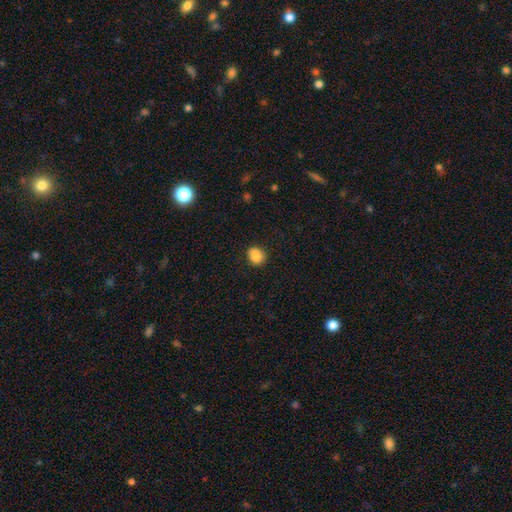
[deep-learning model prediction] smooth 82%, star or artifact 10%, featured or disk 8%. Down the decision tree: how rounded — round (65%); merging — none (66%).